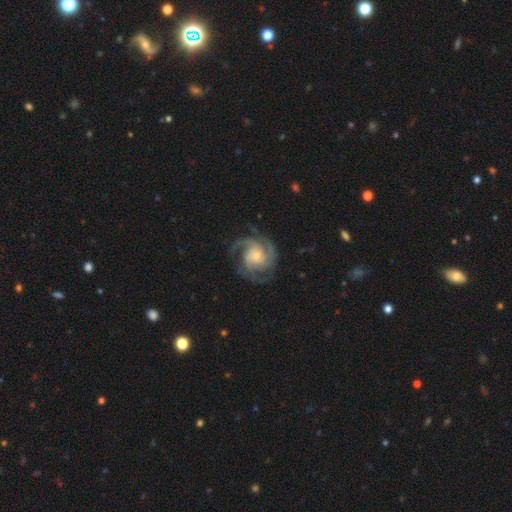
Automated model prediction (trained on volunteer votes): smooth-or-featured: featured or disk: 90% | smooth: 5% | star or artifact: 4%
  disk-edge-on: no: 98% | yes: 2%
    bar: no: 70% | weak: 24% | strong: 6%
    has-spiral-arms: yes: 98% | no: 2%
      spiral-winding: tight: 49% | medium: 42% | loose: 9%
      spiral-arm-count: 3: 45% | 2: 16% | 4: 15% | can't tell: 12% | 1: 6% | more than 4: 6%
    bulge-size: small: 58% | moderate: 33% | large: 5% | none: 2% | dominant: 1%
  merging: none: 73% | minor disturbance: 15% | major disturbance: 10% | merger: 1%